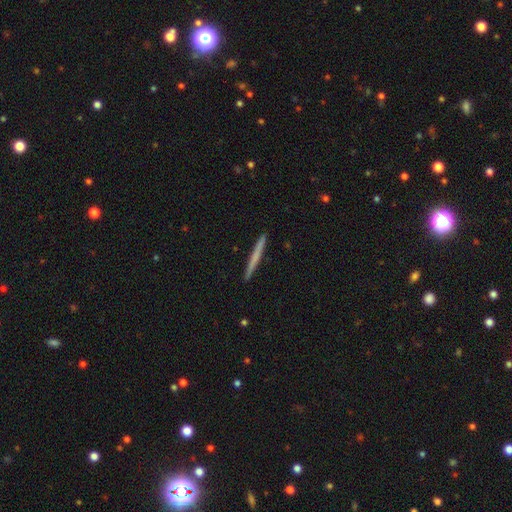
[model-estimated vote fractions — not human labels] smooth_or_featured: smooth (p=0.55) [alt: featured or disk p=0.39]
how_rounded: cigar-shaped (p=0.97) [alt: in between p=0.02]
merging: none (p=0.94) [alt: minor disturbance p=0.04]